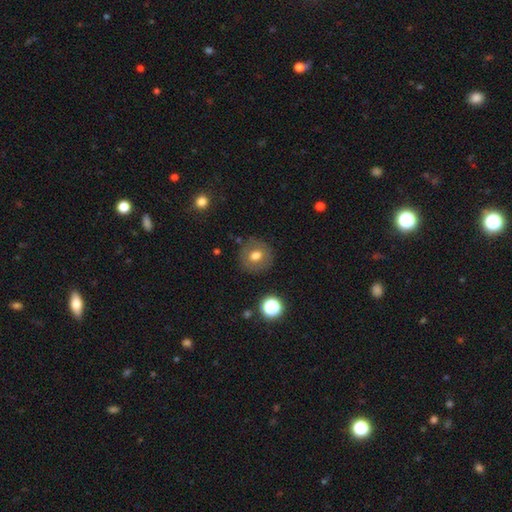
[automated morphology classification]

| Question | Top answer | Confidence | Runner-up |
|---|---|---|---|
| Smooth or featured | smooth | 67% | featured or disk (21%) |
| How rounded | round | 87% | in between (12%) |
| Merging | none | 85% | minor disturbance (10%) |